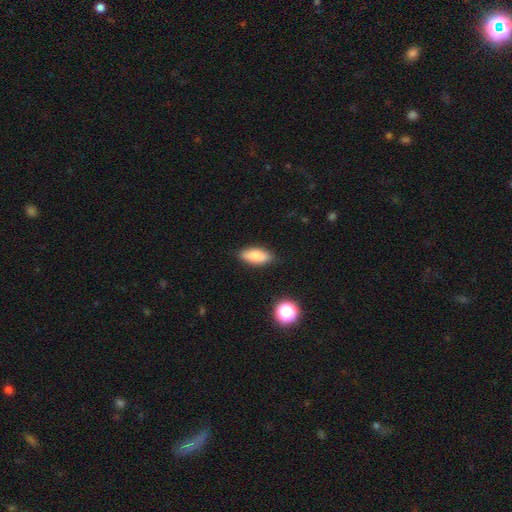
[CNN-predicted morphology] Q: Smooth or featured?
A: smooth (81%); runner-up: featured or disk (11%)
Q: How rounded?
A: in between (79%); runner-up: cigar-shaped (18%)
Q: Merging?
A: none (86%); runner-up: minor disturbance (11%)